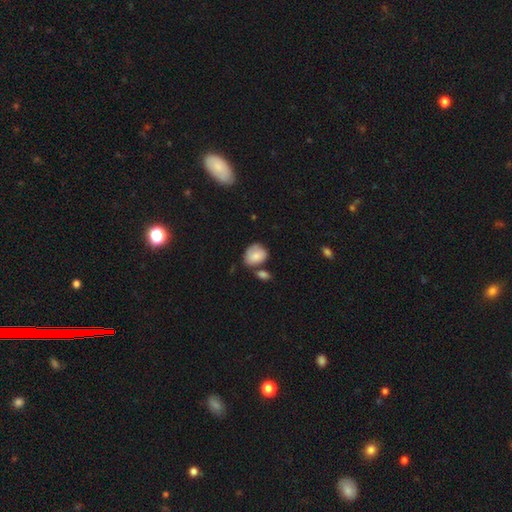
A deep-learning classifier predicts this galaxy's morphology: This appears to be a smooth galaxy with no disk features (78%) that is round (52%). Merging: none (48%).